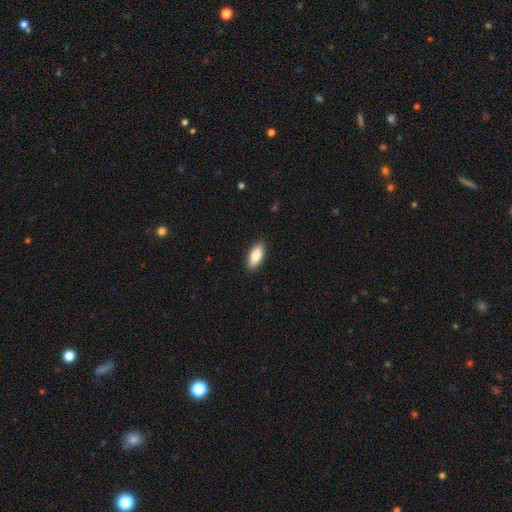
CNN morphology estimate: Q: Smooth or featured?
A: smooth (85%); runner-up: featured or disk (9%)
Q: How rounded?
A: in between (86%); runner-up: cigar-shaped (12%)
Q: Merging?
A: none (89%); runner-up: minor disturbance (8%)